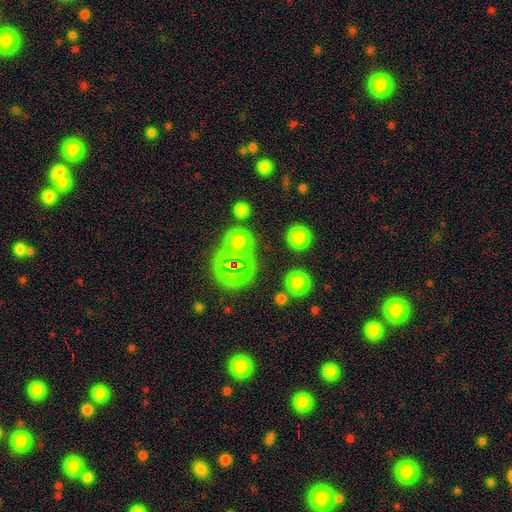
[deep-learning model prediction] Smooth or featured? star or artifact (50%)